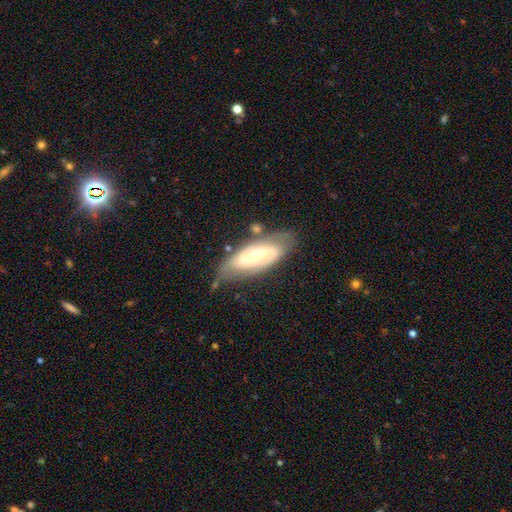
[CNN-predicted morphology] Overall: featured or disk (62%; smooth 28%). Edge-on disk: no (75%). Merging: none (65%).